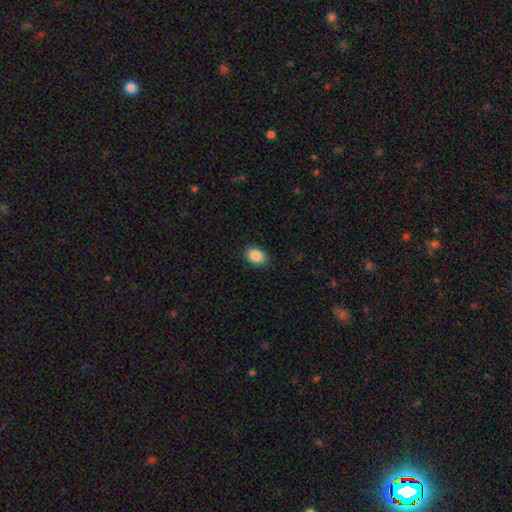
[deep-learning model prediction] This is clearly a smooth galaxy (89%). How rounded: likely in between (78%). Merging: clearly none (89%).